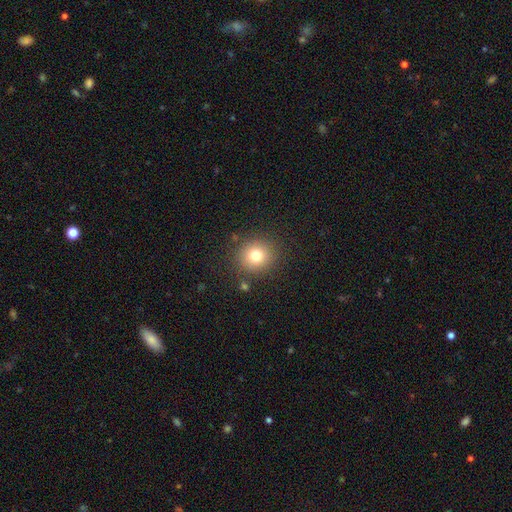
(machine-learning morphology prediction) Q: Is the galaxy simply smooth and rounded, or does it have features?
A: smooth — 77%.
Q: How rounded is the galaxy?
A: round — 86%.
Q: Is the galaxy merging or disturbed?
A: none — 86%.